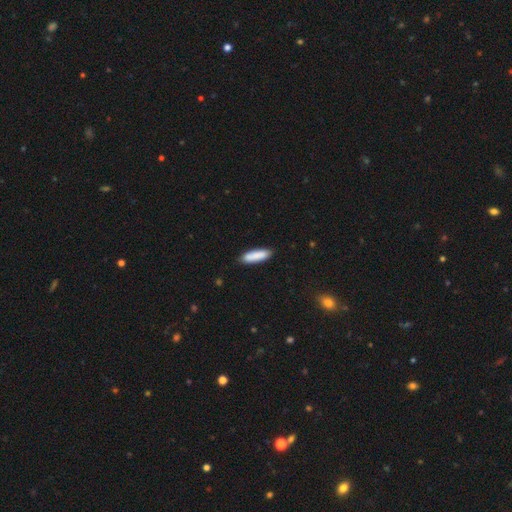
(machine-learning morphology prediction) Smooth or featured: smooth — 87% (featured or disk — 8%)
How rounded: cigar-shaped — 62% (in between — 36%)
Merging: none — 85% (minor disturbance — 11%)